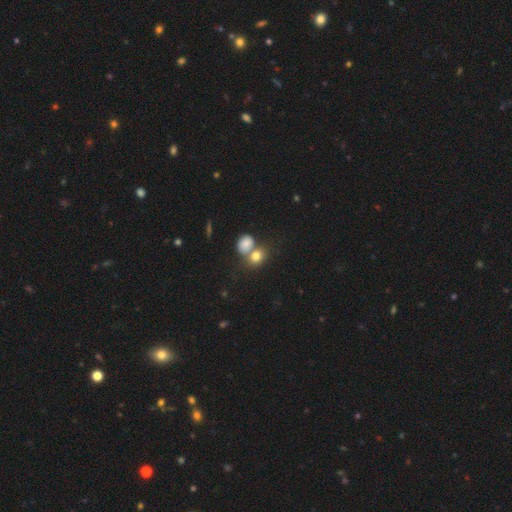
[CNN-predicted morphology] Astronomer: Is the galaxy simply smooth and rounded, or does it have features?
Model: smooth — 77%.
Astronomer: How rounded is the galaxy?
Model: round — 56% (runner-up: in between, 42%).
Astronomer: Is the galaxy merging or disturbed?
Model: merger — 52% (runner-up: none, 35%).